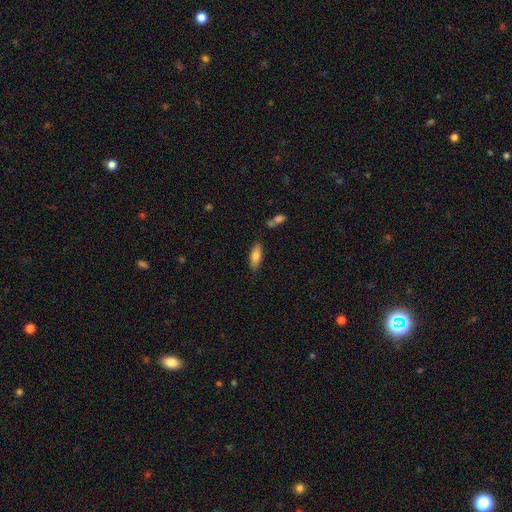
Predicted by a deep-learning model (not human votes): Smooth or featured?
  - smooth: 79% *
  - featured or disk: 14%
  - star or artifact: 7%
How rounded?
  - in between: 67% *
  - cigar-shaped: 31%
  - round: 2%
Merging?
  - none: 82% *
  - minor disturbance: 12%
  - merger: 4%
  - major disturbance: 2%